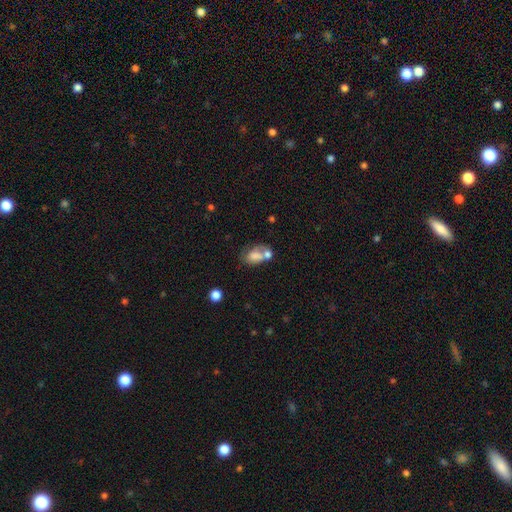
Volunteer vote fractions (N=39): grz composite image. It shows a smooth galaxy with no disk features (64%) that is in between round and cigar-shaped (88%). Merging: merger (38%).